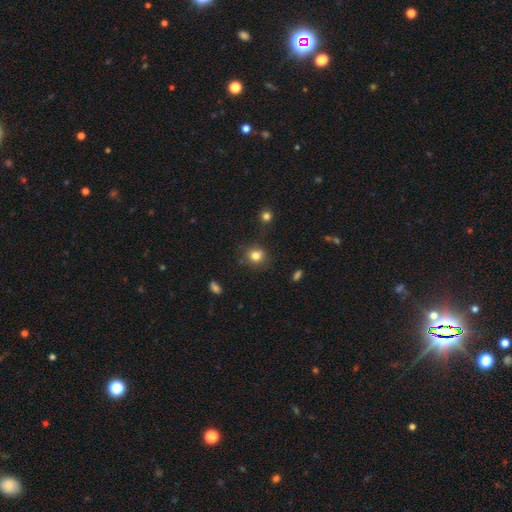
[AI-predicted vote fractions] smooth 80%, star or artifact 12%, featured or disk 7%. Down the decision tree: how rounded — round (76%); merging — none (77%).